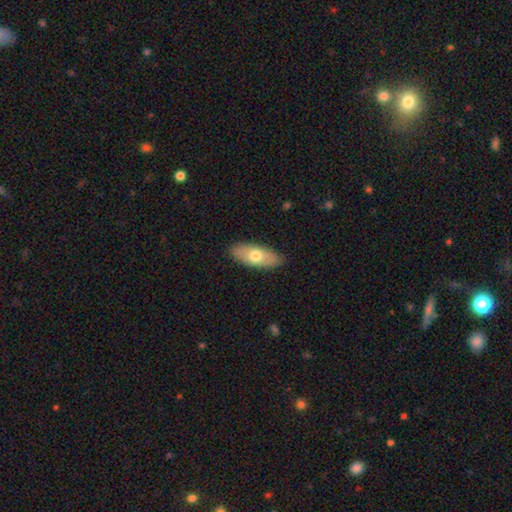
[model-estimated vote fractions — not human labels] Smooth or featured?
  - smooth: 66% *
  - featured or disk: 29%
  - star or artifact: 6%
How rounded?
  - in between: 81% *
  - cigar-shaped: 16%
  - round: 3%
Merging?
  - none: 87% *
  - minor disturbance: 10%
  - major disturbance: 2%
  - merger: 1%